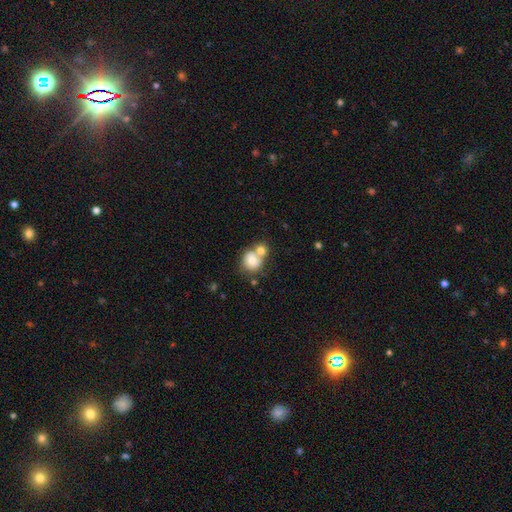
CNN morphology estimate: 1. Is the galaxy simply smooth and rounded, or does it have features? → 71% smooth, 19% featured or disk, 10% star or artifact.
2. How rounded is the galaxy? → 75% round, 24% in between, 1% cigar-shaped.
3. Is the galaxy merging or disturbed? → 53% merger, 34% none, 9% minor disturbance, 4% major disturbance.